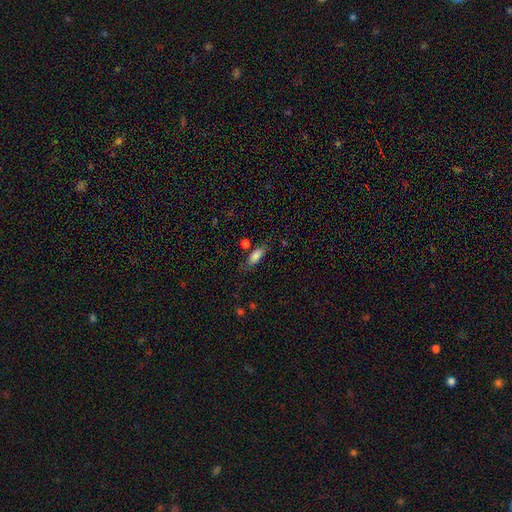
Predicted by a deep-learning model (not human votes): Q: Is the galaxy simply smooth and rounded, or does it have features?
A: smooth — 81%.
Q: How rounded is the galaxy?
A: in between — 78%.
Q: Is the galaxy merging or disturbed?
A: none — 67%.